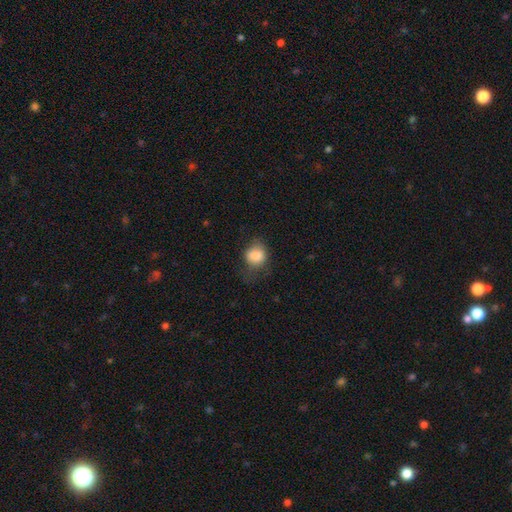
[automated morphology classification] Smooth or featured? smooth (83%)
How rounded? round (53%)
Merging? none (48%)